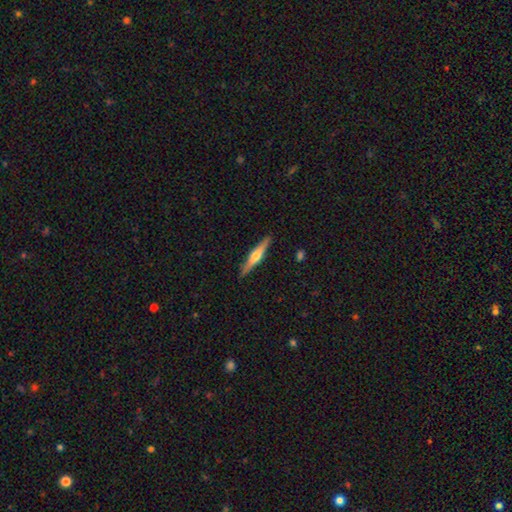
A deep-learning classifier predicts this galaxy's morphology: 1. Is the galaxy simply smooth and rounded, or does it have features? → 64% featured or disk, 30% smooth, 5% star or artifact.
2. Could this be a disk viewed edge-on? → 97% yes, 3% no.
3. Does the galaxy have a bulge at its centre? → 90% rounded, 5% boxy, 5% none.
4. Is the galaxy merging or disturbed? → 90% none, 7% minor disturbance, 1% major disturbance, 1% merger.